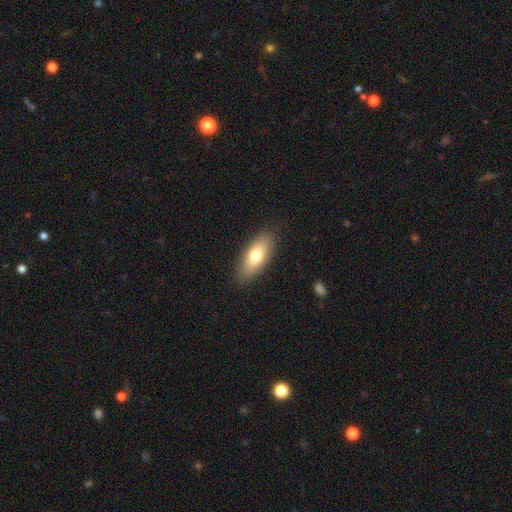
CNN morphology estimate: A smooth galaxy with no disk features (72%) that is in between round and cigar-shaped (76%). Merging: none (88%).